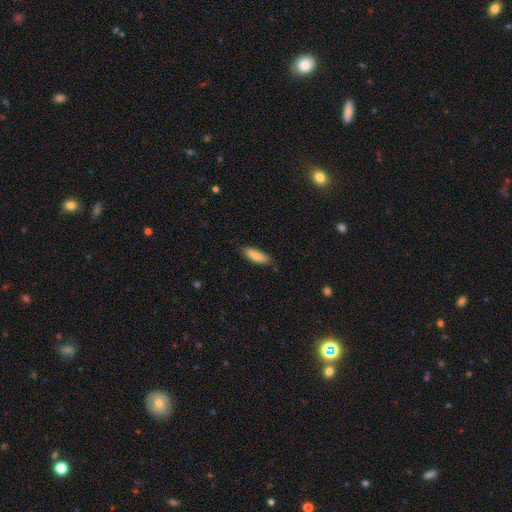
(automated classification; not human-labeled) Morphology: type=smooth (79%); roundness=in between (64%); merging=none (84%).